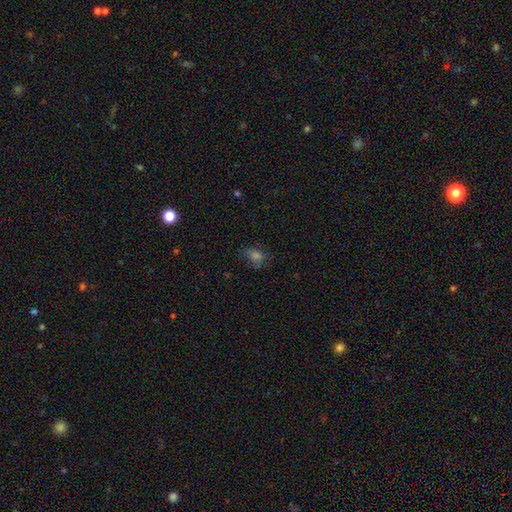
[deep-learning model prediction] A smooth galaxy with no disk features (58%) that is in between round and cigar-shaped (62%).

Vote fractions:
- Smooth or featured? smooth: 58% / star or artifact: 29% / featured or disk: 13%
- How rounded? in between: 62% / round: 35% / cigar-shaped: 2%
- Merging? none: 68% / minor disturbance: 20% / major disturbance: 9% / merger: 3%